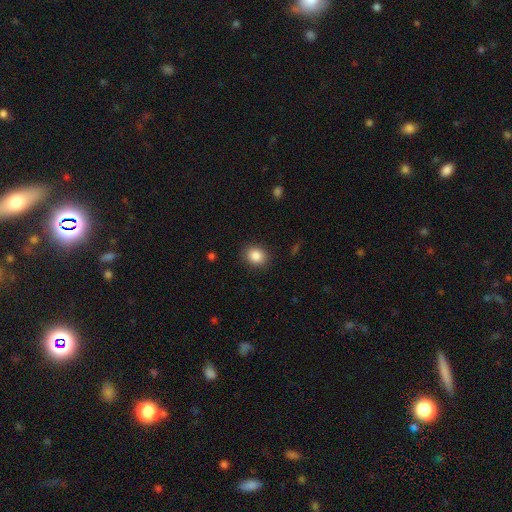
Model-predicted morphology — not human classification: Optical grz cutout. It shows a smooth galaxy with no disk features (86%) that is round (60%). Merging: none (89%).